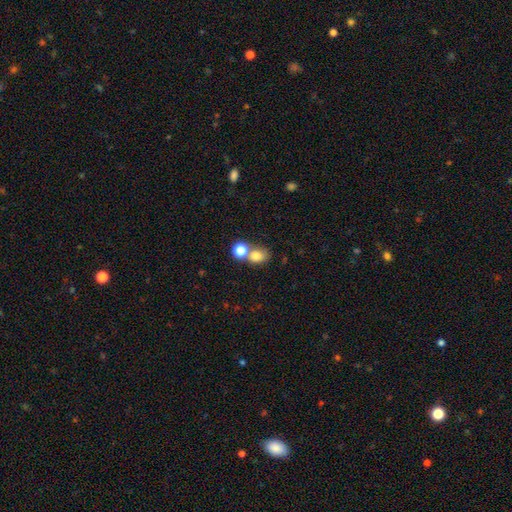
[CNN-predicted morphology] Smooth or featured?
  - smooth: 77% *
  - star or artifact: 13%
  - featured or disk: 9%
How rounded?
  - round: 50% *
  - in between: 49%
  - cigar-shaped: 1%
Merging?
  - none: 47% *
  - merger: 40%
  - minor disturbance: 9%
  - major disturbance: 4%